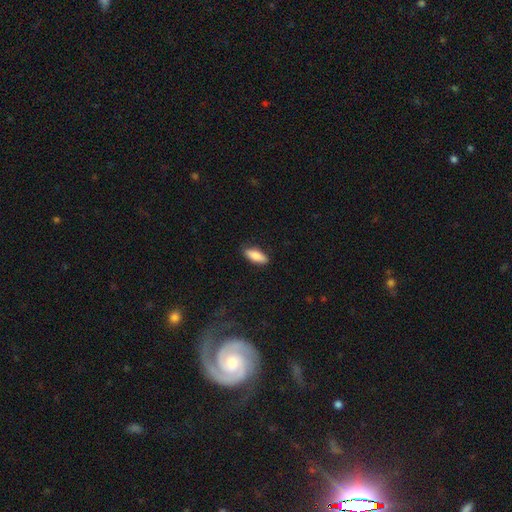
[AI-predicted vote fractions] smooth_or_featured: smooth (p=0.84) [alt: featured or disk p=0.10]
how_rounded: in between (p=0.71) [alt: cigar-shaped p=0.26]
merging: none (p=0.86) [alt: minor disturbance p=0.11]